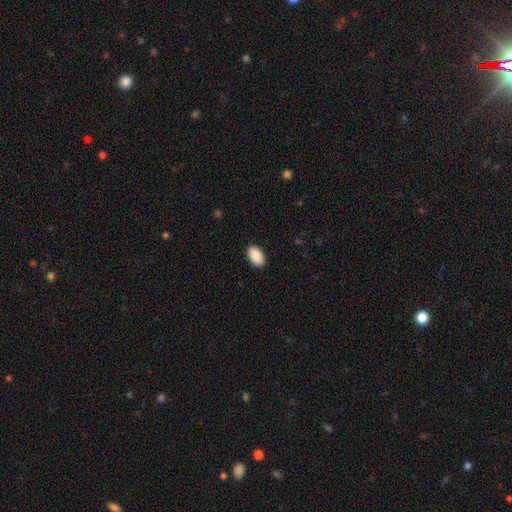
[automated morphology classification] Smooth or featured: smooth — 91% (star or artifact — 6%)
How rounded: in between — 94% (round — 4%)
Merging: none — 90% (minor disturbance — 7%)